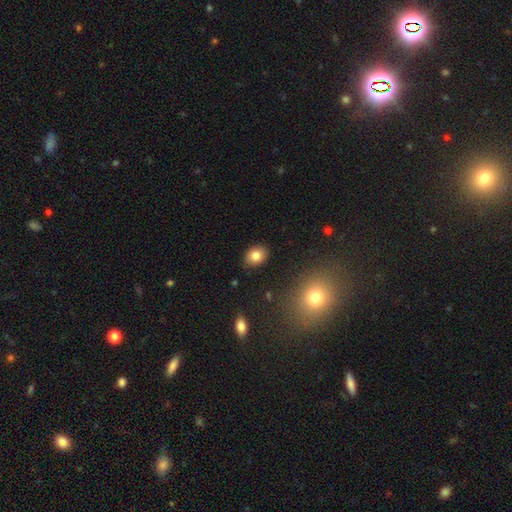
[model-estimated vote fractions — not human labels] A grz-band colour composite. It shows a smooth galaxy with no disk features (83%) that is in between round and cigar-shaped (62%). Merging: none (87%).